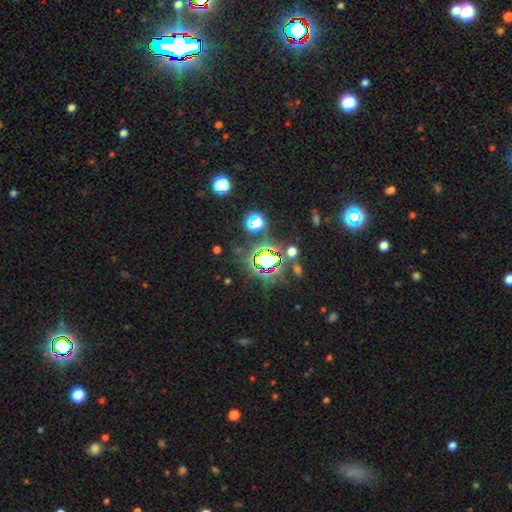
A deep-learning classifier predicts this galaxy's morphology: This is likely a star or artifact rather than a galaxy (79%).